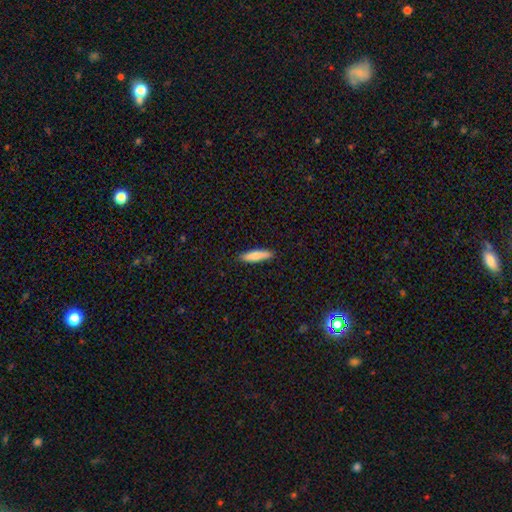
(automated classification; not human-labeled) Smooth or featured: smooth — 81% (featured or disk — 13%)
How rounded: cigar-shaped — 77% (in between — 21%)
Merging: none — 88% (minor disturbance — 10%)